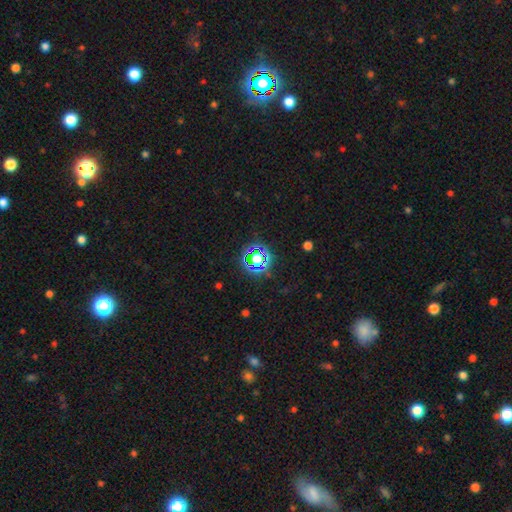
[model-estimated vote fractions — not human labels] A star or artifact, not a galaxy (64%).